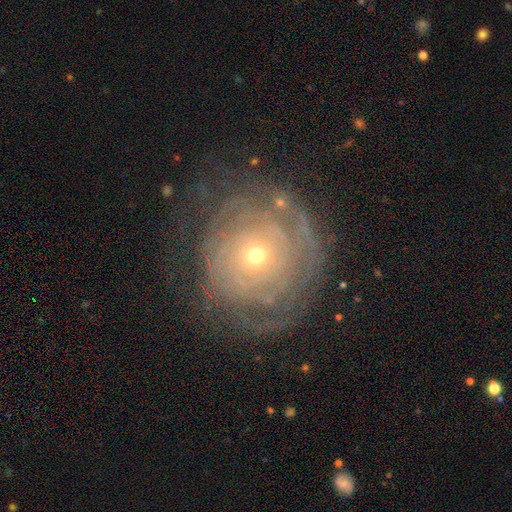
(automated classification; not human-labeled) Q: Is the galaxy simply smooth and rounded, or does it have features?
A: featured or disk — 77%.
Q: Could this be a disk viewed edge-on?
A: no — 97%.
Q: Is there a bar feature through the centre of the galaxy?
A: no — 82%.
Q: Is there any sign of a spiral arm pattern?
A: yes — 81%.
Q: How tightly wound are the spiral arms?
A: tight — 77%.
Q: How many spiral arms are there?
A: can't tell — 47%.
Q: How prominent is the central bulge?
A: small — 67%.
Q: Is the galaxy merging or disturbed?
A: none — 67%.